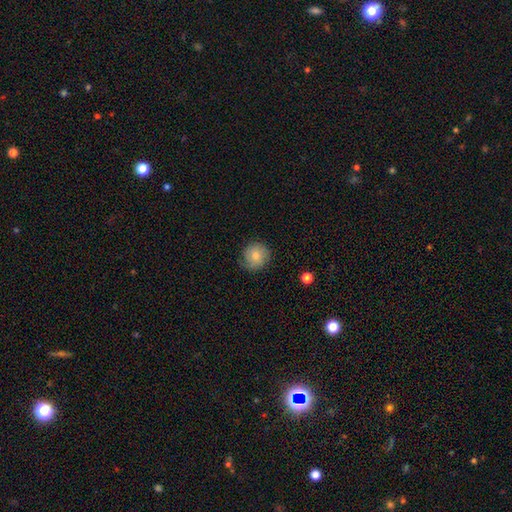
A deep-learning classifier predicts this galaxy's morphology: type=smooth (74%); roundness=round (91%); merging=none (75%).